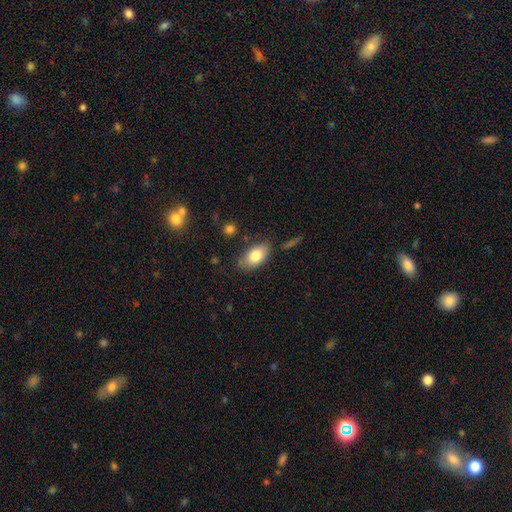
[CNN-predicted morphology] This is likely a smooth galaxy (80%). How rounded: clearly in between (91%). Merging: likely none (76%).